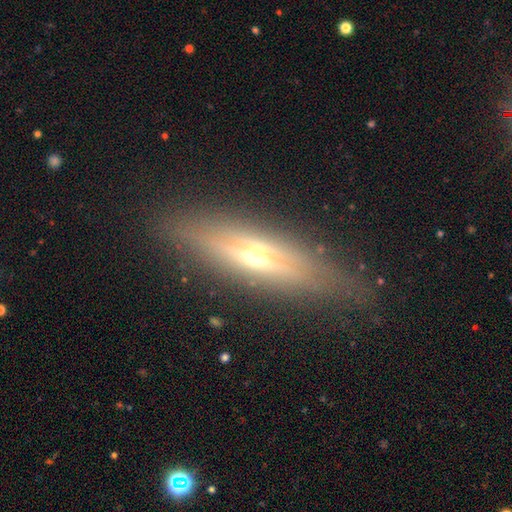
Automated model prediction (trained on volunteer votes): Smooth or featured?
  - featured or disk: 66% *
  - smooth: 25%
  - star or artifact: 9%
Edge-on disk?
  - yes: 88% *
  - no: 12%
Edge-on bulge?
  - rounded: 90% *
  - none: 7%
  - boxy: 4%
Merging?
  - none: 81% *
  - minor disturbance: 13%
  - major disturbance: 5%
  - merger: 1%